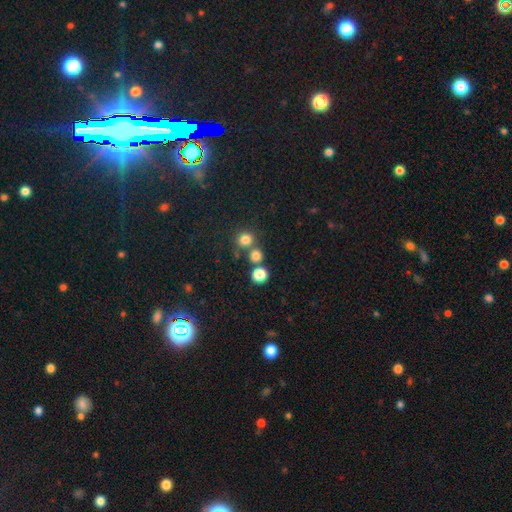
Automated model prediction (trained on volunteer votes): Q: Smooth or featured?
A: smooth (77%); runner-up: star or artifact (16%)
Q: How rounded?
A: round (87%); runner-up: in between (12%)
Q: Merging?
A: none (67%); runner-up: merger (22%)